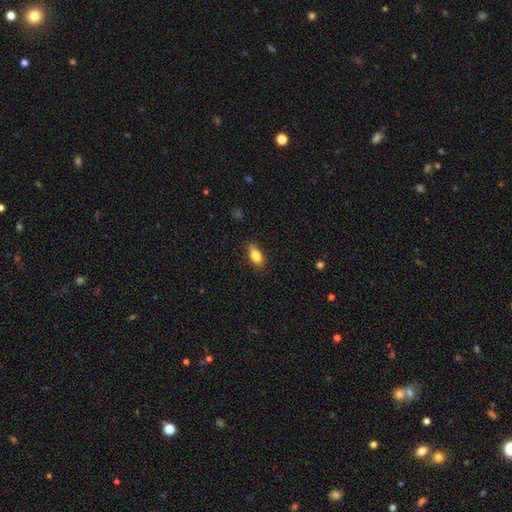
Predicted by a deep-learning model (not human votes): Overall: smooth (80%). How rounded: in between (84%). Merging: none (80%).